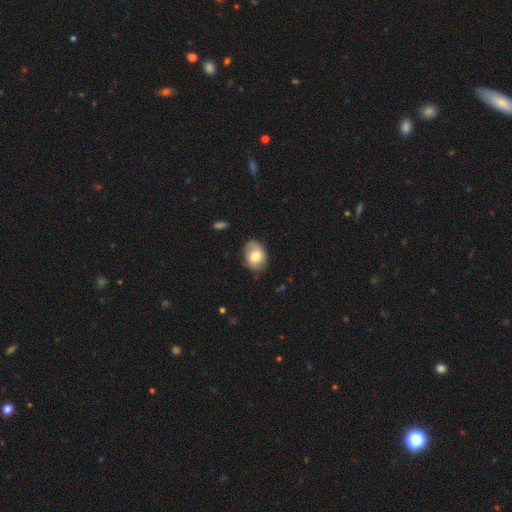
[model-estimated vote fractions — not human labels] Smooth or featured?
  - smooth: 70% *
  - featured or disk: 23%
  - star or artifact: 7%
How rounded?
  - in between: 71% *
  - round: 28%
  - cigar-shaped: 1%
Merging?
  - none: 72% *
  - minor disturbance: 22%
  - major disturbance: 5%
  - merger: 1%